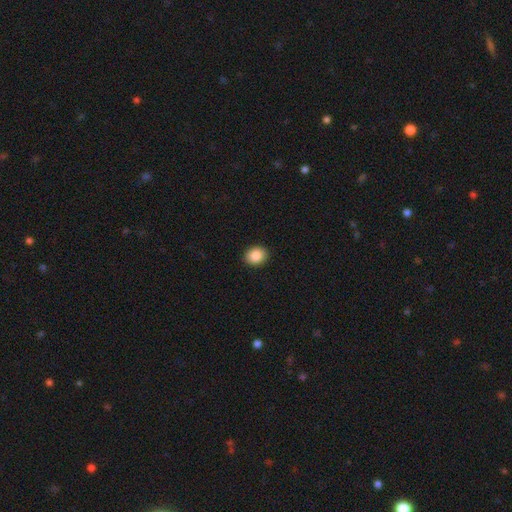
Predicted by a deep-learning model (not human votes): This is clearly a smooth galaxy (87%). How rounded: likely round (60%). Merging: clearly none (92%).